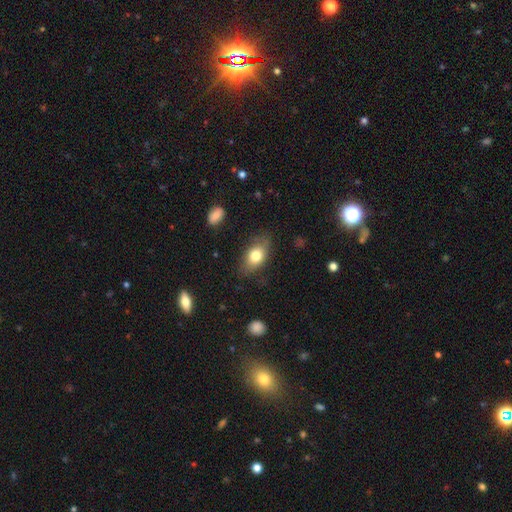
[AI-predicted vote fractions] Smooth or featured? smooth (76%)
How rounded? in between (83%)
Merging? none (74%)